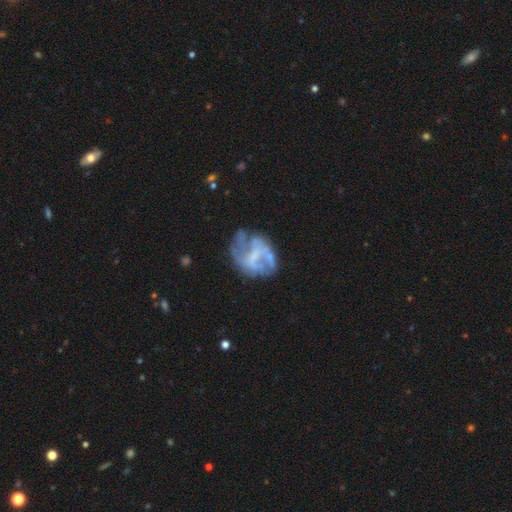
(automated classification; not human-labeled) Smooth or featured?
  - featured or disk: 70% *
  - smooth: 21%
  - star or artifact: 10%
Edge-on disk?
  - no: 98% *
  - yes: 2%
Bar?
  - no: 47% *
  - weak: 37%
  - strong: 16%
Spiral arms?
  - no: 56% *
  - yes: 44%
Bulge size?
  - none: 44% *
  - small: 28%
  - moderate: 23%
  - large: 3%
  - dominant: 1%
Merging?
  - none: 48% *
  - major disturbance: 24%
  - minor disturbance: 22%
  - merger: 6%